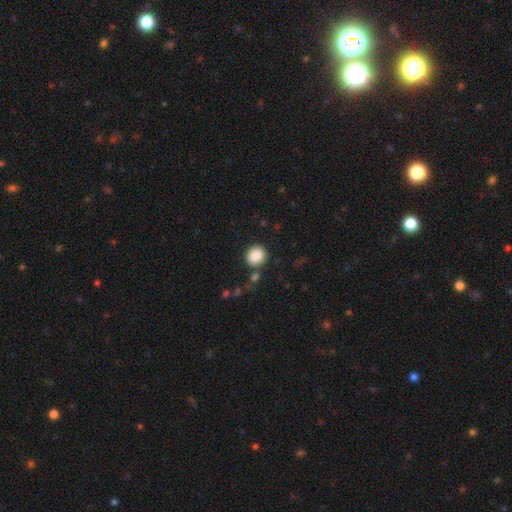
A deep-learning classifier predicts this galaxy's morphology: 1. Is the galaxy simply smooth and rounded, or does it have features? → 88% smooth, 9% star or artifact, 4% featured or disk.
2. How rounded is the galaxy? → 87% round, 12% in between, 1% cigar-shaped.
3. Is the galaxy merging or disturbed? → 84% none, 8% minor disturbance, 5% merger, 3% major disturbance.